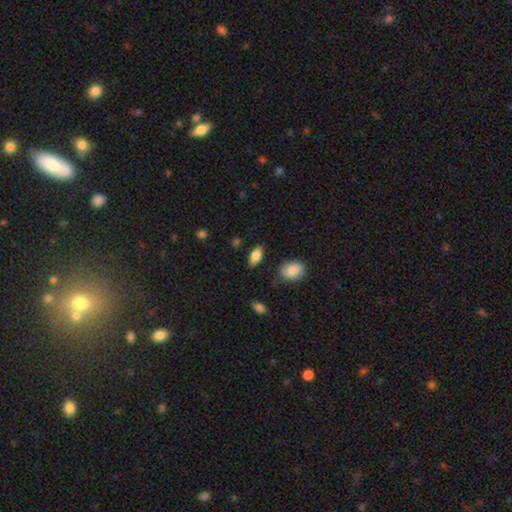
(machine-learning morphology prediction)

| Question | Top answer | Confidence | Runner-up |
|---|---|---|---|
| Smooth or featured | smooth | 83% | featured or disk (9%) |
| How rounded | in between | 90% | cigar-shaped (6%) |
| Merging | none | 82% | minor disturbance (13%) |